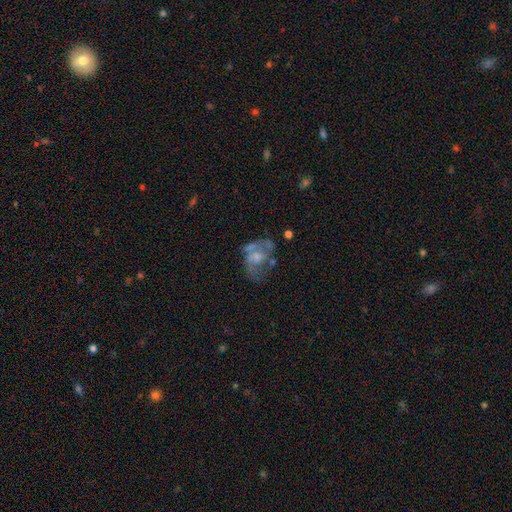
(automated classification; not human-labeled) Overall: featured or disk (65%; smooth 26%). Edge-on disk: no (97%). Bar: no (77%). Spiral arms: yes (52%; no 48%). Bulge size: moderate (38%; small 31%). Merging: none (35%; major disturbance 33%).